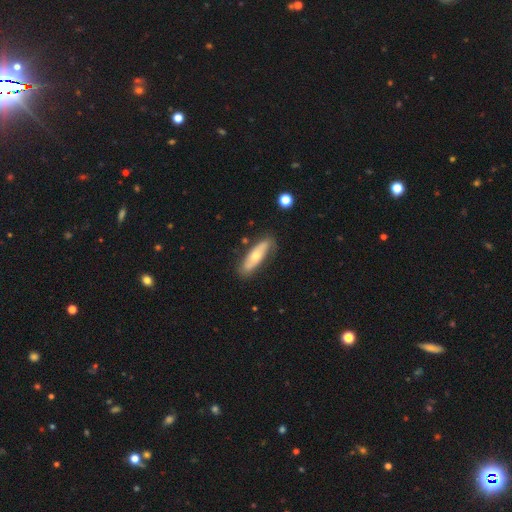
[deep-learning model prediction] smooth_or_featured: smooth (p=0.50) [alt: featured or disk p=0.44]
how_rounded: cigar-shaped (p=0.50) [alt: in between p=0.48]
merging: none (p=0.78) [alt: minor disturbance p=0.16]